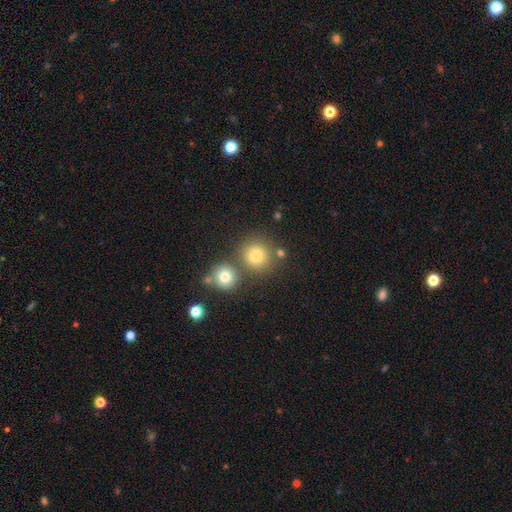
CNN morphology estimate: type=smooth (77%); roundness=round (89%); merging=none (68%).